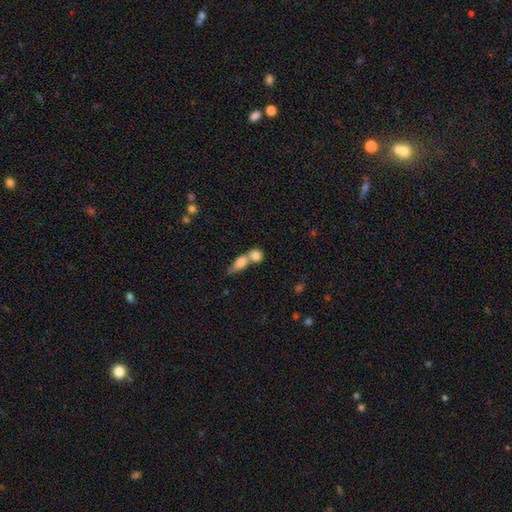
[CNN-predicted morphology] type=smooth (80%); roundness=round (49%); merging=merger (67%).